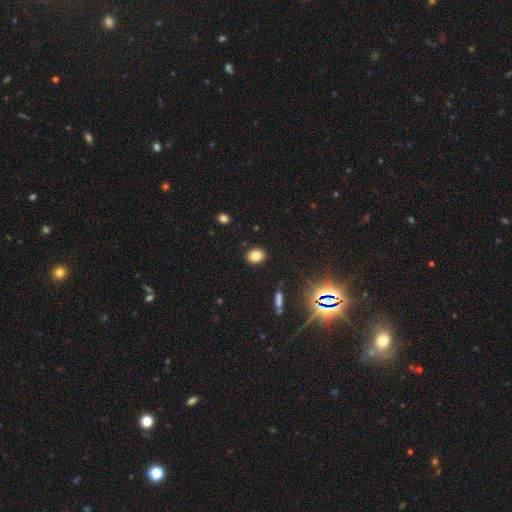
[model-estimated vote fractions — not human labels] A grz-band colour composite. It shows a smooth galaxy with no disk features (80%) that is round (58%). Merging: none (89%).